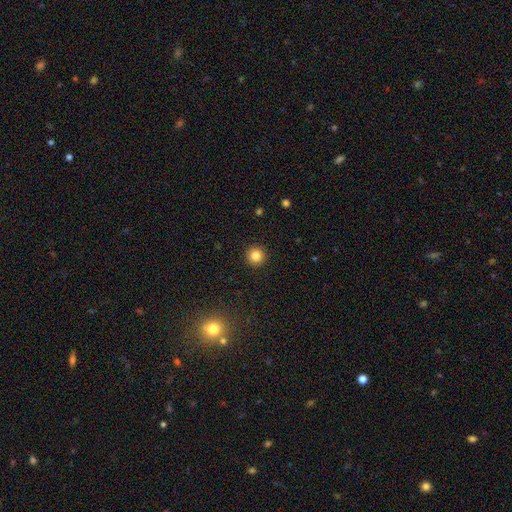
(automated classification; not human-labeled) Overall: smooth (84%). How rounded: round (95%). Merging: none (93%).